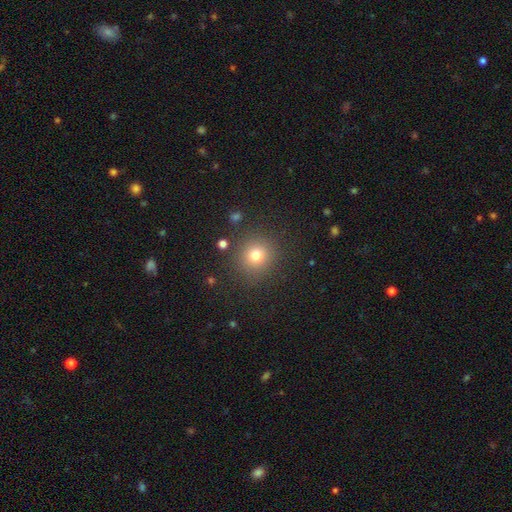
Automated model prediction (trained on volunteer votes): This appears to be a smooth galaxy with no disk features (76%) that is round (91%). Merging: none (87%).